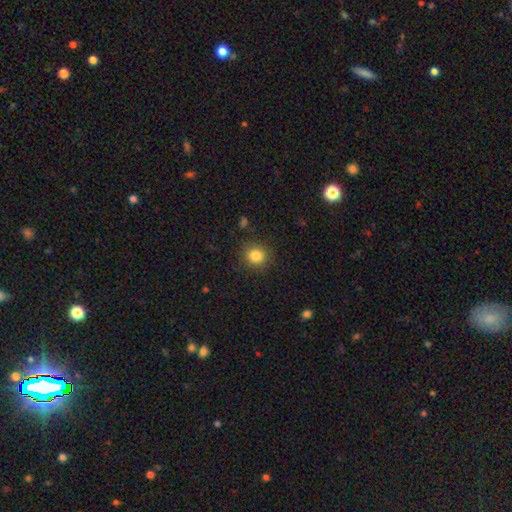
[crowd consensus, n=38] A smooth galaxy with no disk features (92%) that is round (91%). Merging: none (97%).